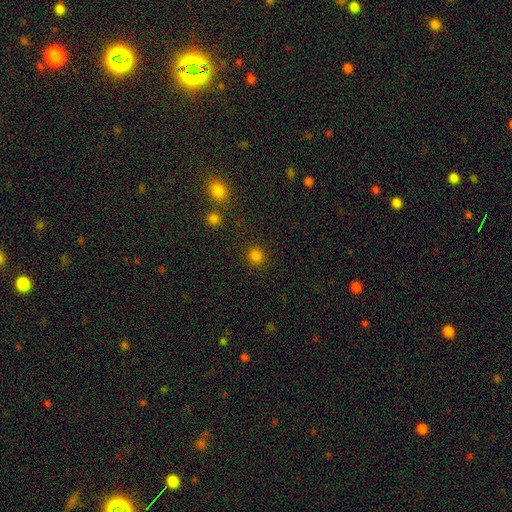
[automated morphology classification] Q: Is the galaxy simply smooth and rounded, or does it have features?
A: smooth — 81%.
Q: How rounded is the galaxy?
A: round — 89%.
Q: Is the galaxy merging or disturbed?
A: none — 88%.